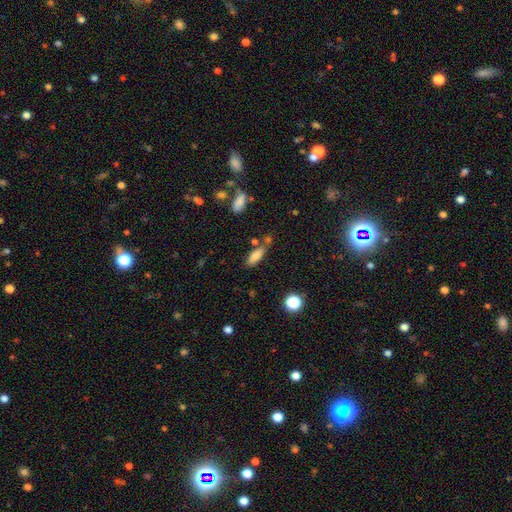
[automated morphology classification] Q: Smooth or featured?
A: smooth (81%); runner-up: featured or disk (10%)
Q: How rounded?
A: in between (68%); runner-up: cigar-shaped (29%)
Q: Merging?
A: none (67%); runner-up: minor disturbance (16%)